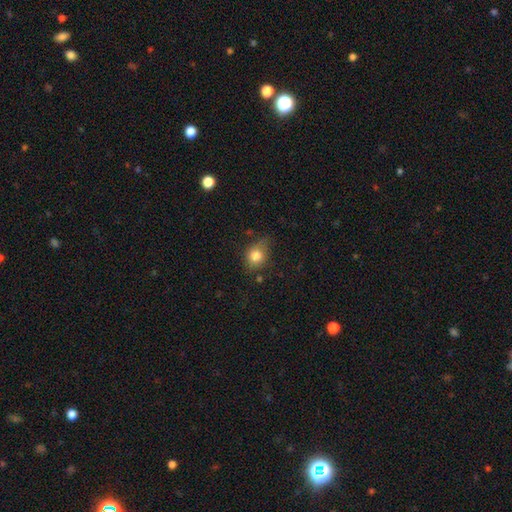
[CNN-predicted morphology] Smooth or featured: smooth — 81% (star or artifact — 10%)
How rounded: round — 54% (in between — 44%)
Merging: none — 61% (minor disturbance — 29%)